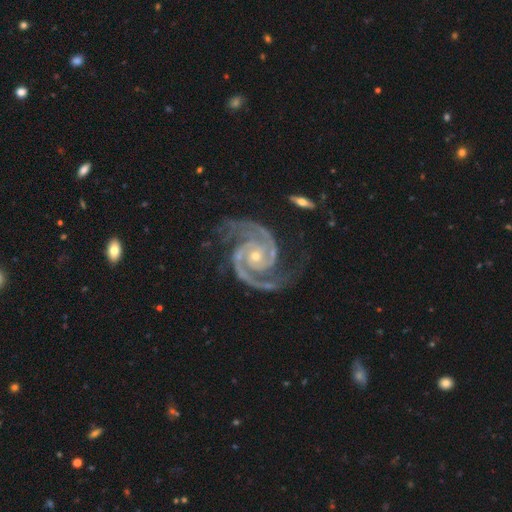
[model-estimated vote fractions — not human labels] Smooth or featured? featured or disk (94%)
Edge-on disk? no (98%)
Bar? no (69%)
Spiral arms? yes (99%)
Spiral winding? tight (50%)
Spiral arm count? 2 (80%)
Bulge size? small (65%)
Merging? none (73%)